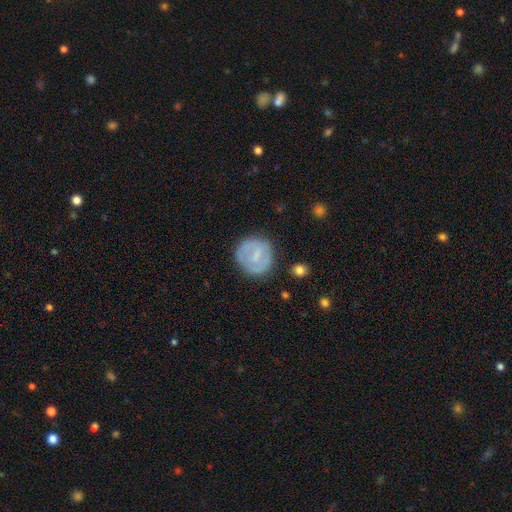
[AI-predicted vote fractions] This appears to be a featured or disk galaxy (47%). Merging: none (79%).